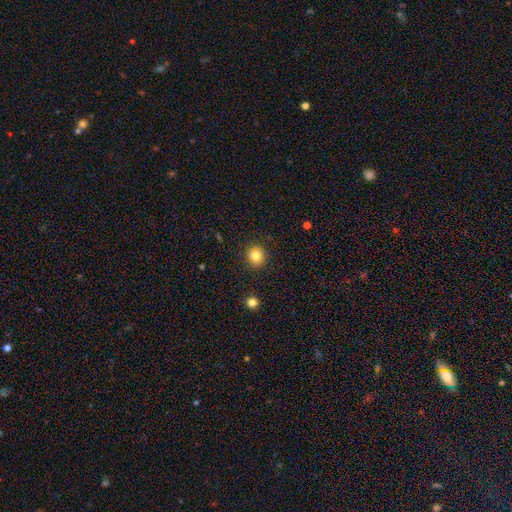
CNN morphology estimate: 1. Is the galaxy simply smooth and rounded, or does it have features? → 82% smooth, 11% star or artifact, 7% featured or disk.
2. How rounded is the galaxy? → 86% round, 13% in between, 1% cigar-shaped.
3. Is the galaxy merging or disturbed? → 90% none, 7% minor disturbance, 2% major disturbance, 1% merger.